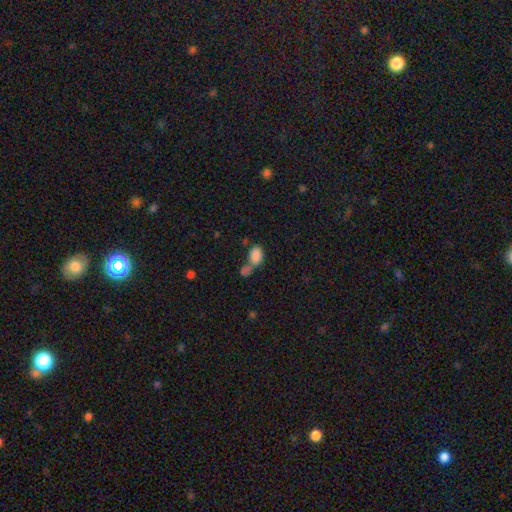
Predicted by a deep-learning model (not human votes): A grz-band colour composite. It shows a smooth galaxy with no disk features (84%) that is in between round and cigar-shaped (86%). Merging: merger (56%).